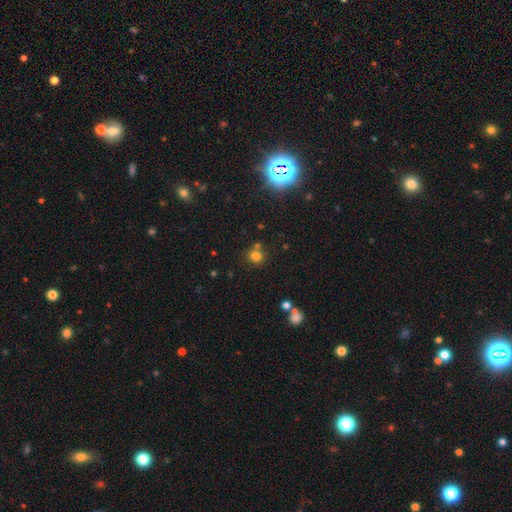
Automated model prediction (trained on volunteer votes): smooth-or-featured: smooth: 75% | star or artifact: 18% | featured or disk: 7%
  how-rounded: round: 84% | in between: 15% | cigar-shaped: 1%
  merging: none: 68% | merger: 18% | minor disturbance: 11% | major disturbance: 4%